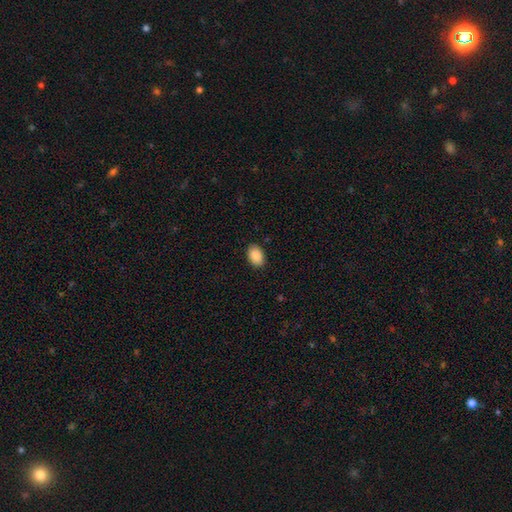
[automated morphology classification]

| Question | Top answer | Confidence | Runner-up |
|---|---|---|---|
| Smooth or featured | smooth | 89% | star or artifact (7%) |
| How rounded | in between | 86% | round (13%) |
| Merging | none | 88% | minor disturbance (9%) |